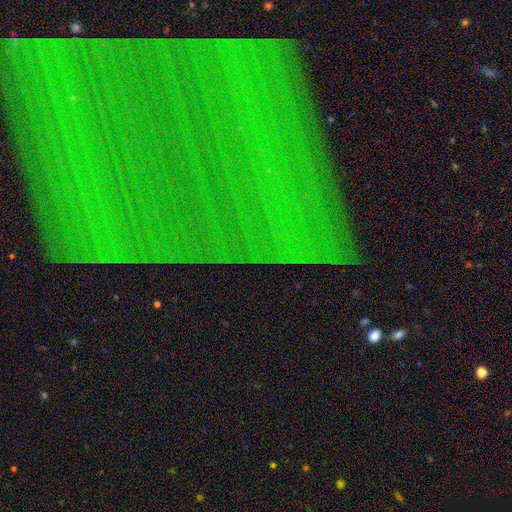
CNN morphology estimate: Smooth or featured?
  - star or artifact: 87% *
  - featured or disk: 7%
  - smooth: 6%